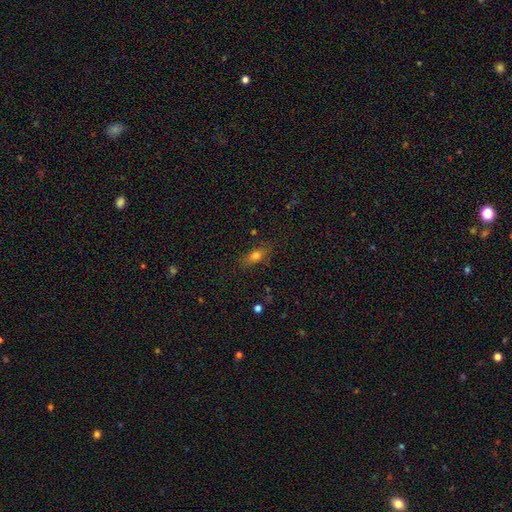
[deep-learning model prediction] Morphology: type=smooth (72%); roundness=in between (72%); merging=none (77%).